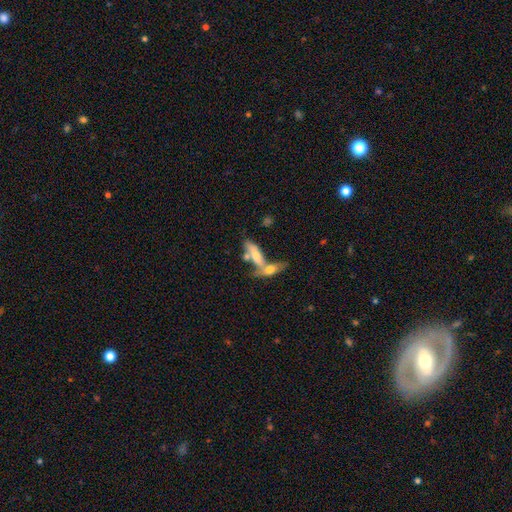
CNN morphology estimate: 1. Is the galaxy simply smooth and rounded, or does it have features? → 48% smooth, 42% featured or disk, 10% star or artifact.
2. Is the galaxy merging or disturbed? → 60% merger, 24% none, 9% minor disturbance, 7% major disturbance.